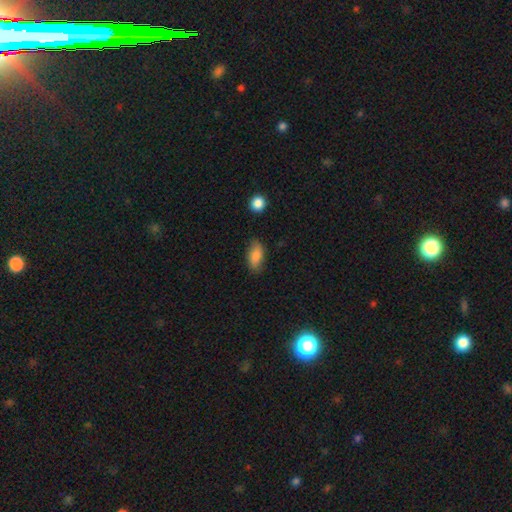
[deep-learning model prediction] A smooth galaxy with no disk features (80%) that is in between round and cigar-shaped (90%).

Vote fractions:
- Smooth or featured? smooth: 80% / featured or disk: 13% / star or artifact: 8%
- How rounded? in between: 90% / cigar-shaped: 6% / round: 4%
- Merging? none: 76% / minor disturbance: 18% / major disturbance: 4% / merger: 2%